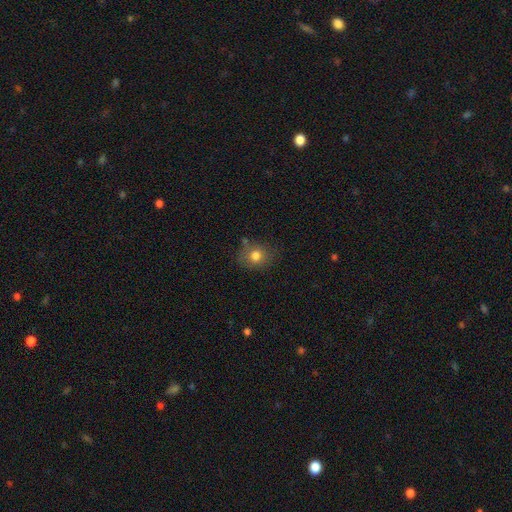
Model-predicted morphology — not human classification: Q: Smooth or featured?
A: smooth (78%); runner-up: star or artifact (11%)
Q: How rounded?
A: round (68%); runner-up: in between (31%)
Q: Merging?
A: none (70%); runner-up: minor disturbance (19%)